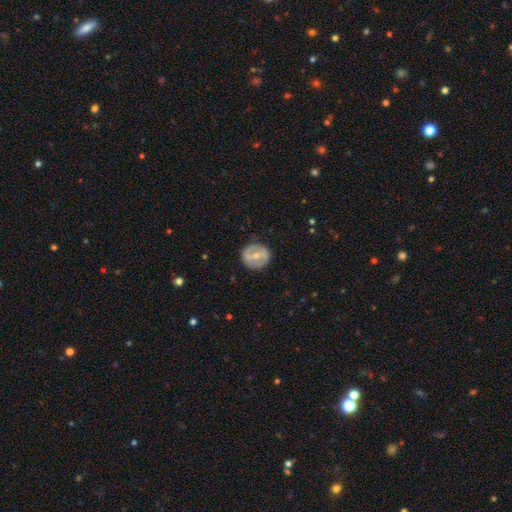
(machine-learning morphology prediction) Smooth or featured?
  - featured or disk: 59% *
  - smooth: 36%
  - star or artifact: 6%
Edge-on disk?
  - no: 95% *
  - yes: 5%
Bar?
  - weak: 40% *
  - strong: 36%
  - no: 23%
Spiral arms?
  - no: 64% *
  - yes: 36%
Bulge size?
  - moderate: 56% *
  - small: 39%
  - large: 2%
  - none: 2%
  - dominant: 1%
Merging?
  - none: 86% *
  - minor disturbance: 10%
  - major disturbance: 3%
  - merger: 1%